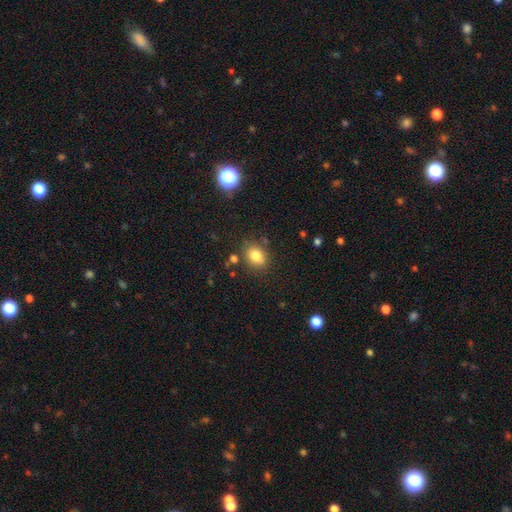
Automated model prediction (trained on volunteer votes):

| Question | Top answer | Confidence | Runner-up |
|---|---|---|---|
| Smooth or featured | smooth | 81% | star or artifact (11%) |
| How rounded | in between | 55% | round (44%) |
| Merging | none | 78% | minor disturbance (14%) |